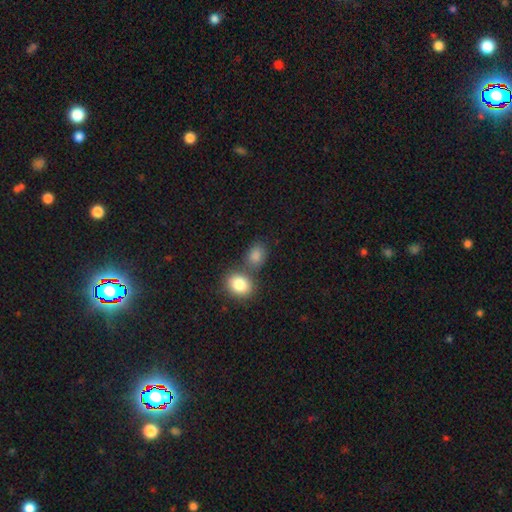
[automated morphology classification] Overall: smooth (85%). How rounded: in between (60%; round 39%). Merging: none (55%; merger 29%).